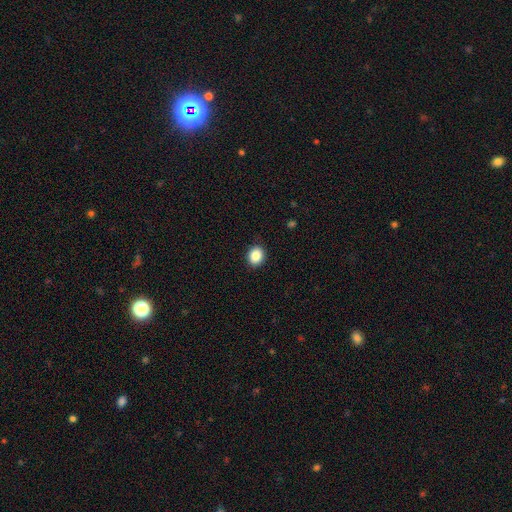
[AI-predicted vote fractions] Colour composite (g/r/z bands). It shows a smooth galaxy with no disk features (88%) that is round (66%). Merging: none (90%).